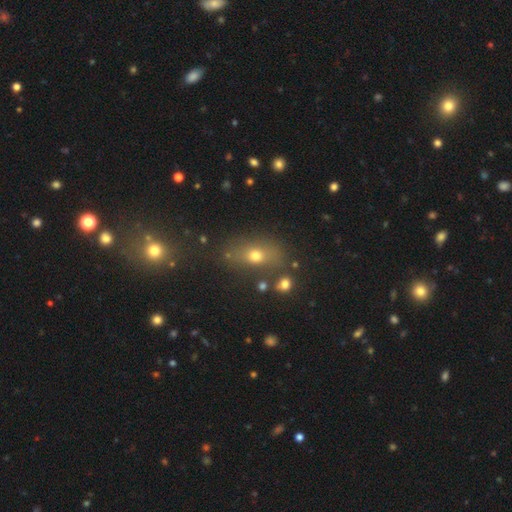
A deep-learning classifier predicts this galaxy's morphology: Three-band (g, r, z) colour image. It shows a smooth galaxy with no disk features (63%) that is in between round and cigar-shaped (68%). Merging: none (73%).